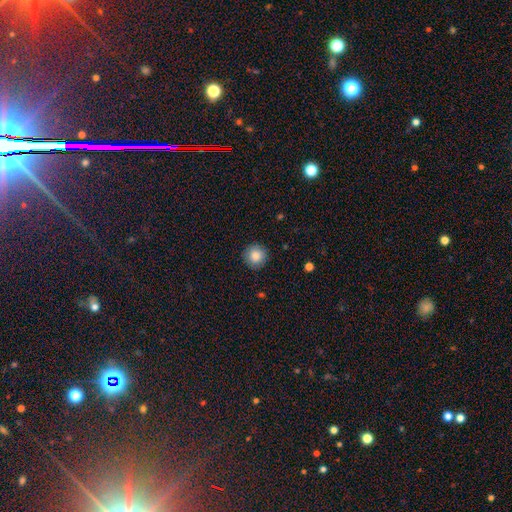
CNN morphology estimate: Smooth or featured? Predicted: smooth (p=0.85). How rounded? Predicted: round (p=0.95). Merging? Predicted: none (p=0.90).